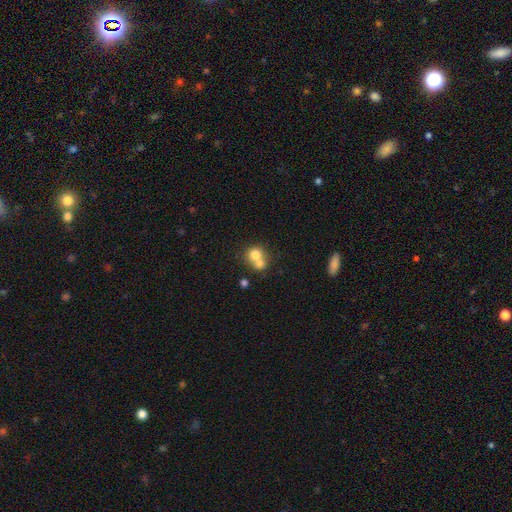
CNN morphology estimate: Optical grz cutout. It shows a smooth galaxy with no disk features (72%) that is round (79%). Merging: merger (61%).